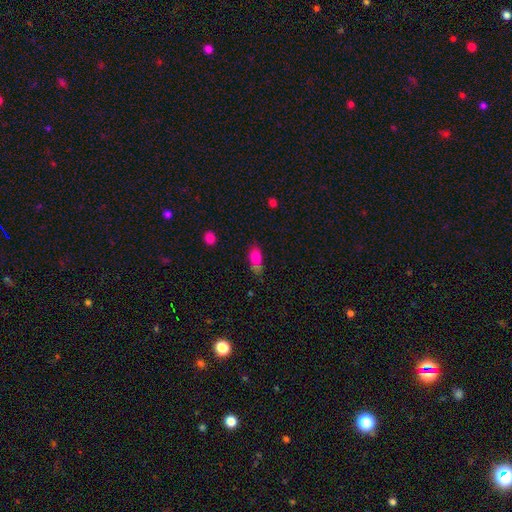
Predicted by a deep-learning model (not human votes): smooth_or_featured: smooth (p=0.77) [alt: featured or disk p=0.12]
how_rounded: in between (p=0.79) [alt: cigar-shaped p=0.14]
merging: none (p=0.51) [alt: minor disturbance p=0.27]